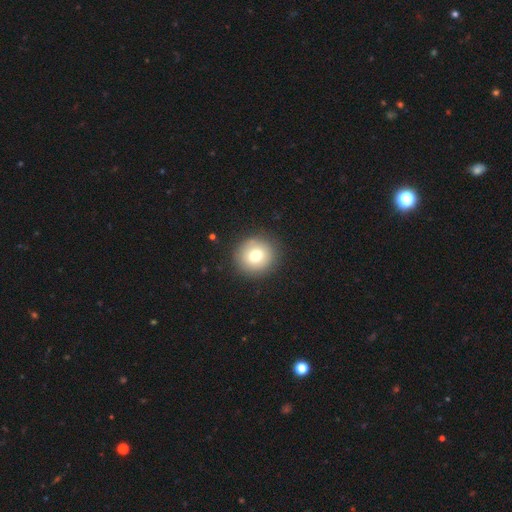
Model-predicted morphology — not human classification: smooth_or_featured: smooth (p=0.74) [alt: featured or disk p=0.16]
how_rounded: round (p=0.91) [alt: in between p=0.08]
merging: none (p=0.89) [alt: minor disturbance p=0.07]